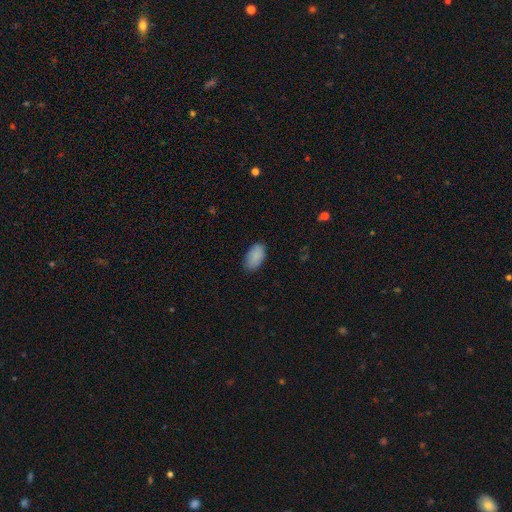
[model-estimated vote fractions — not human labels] Smooth or featured? smooth (89%)
How rounded? in between (94%)
Merging? none (82%)